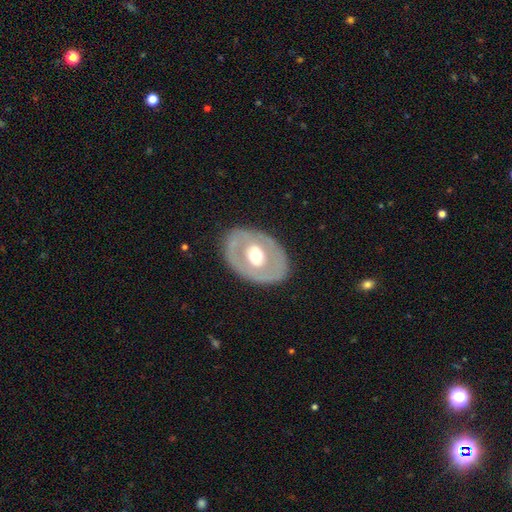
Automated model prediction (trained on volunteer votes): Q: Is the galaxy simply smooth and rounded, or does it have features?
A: featured or disk — 60%.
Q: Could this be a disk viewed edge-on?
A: no — 92%.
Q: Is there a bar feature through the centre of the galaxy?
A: no — 72%.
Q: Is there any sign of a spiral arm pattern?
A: no — 85%.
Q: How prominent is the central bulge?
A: moderate — 65%.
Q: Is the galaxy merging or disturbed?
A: none — 81%.